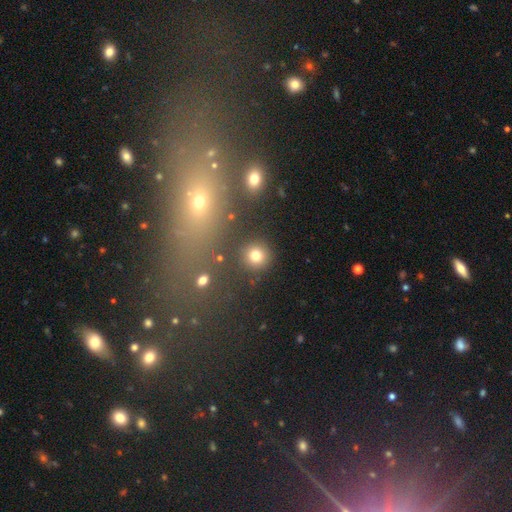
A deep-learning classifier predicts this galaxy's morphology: A smooth galaxy with no disk features (77%) that is round (93%). Merging: none (87%).